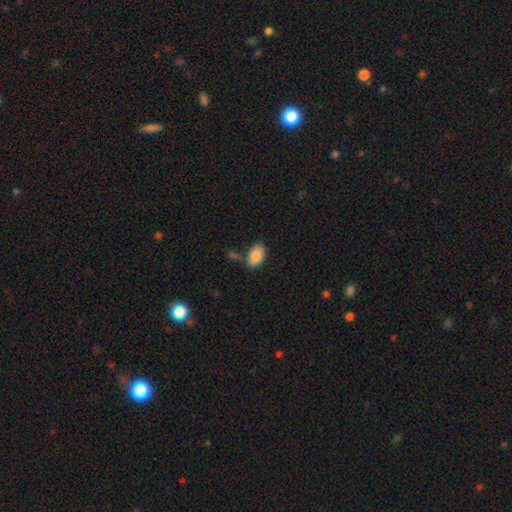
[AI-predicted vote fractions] A smooth galaxy with no disk features (87%) that is in between round and cigar-shaped (94%). Merging: none (70%).